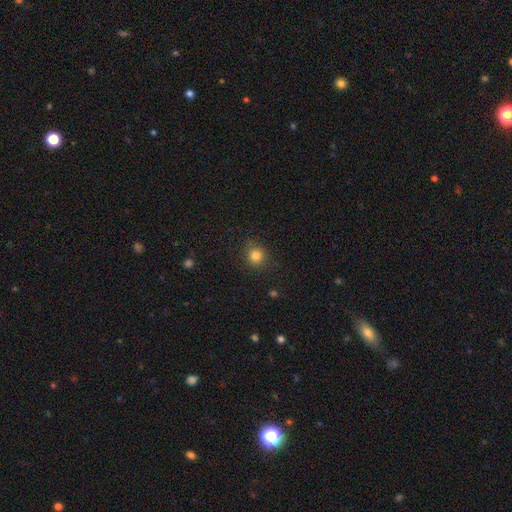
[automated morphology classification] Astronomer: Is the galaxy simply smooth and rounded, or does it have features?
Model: smooth — 81%.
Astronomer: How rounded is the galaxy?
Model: round — 85%.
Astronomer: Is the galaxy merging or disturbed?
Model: none — 84%.